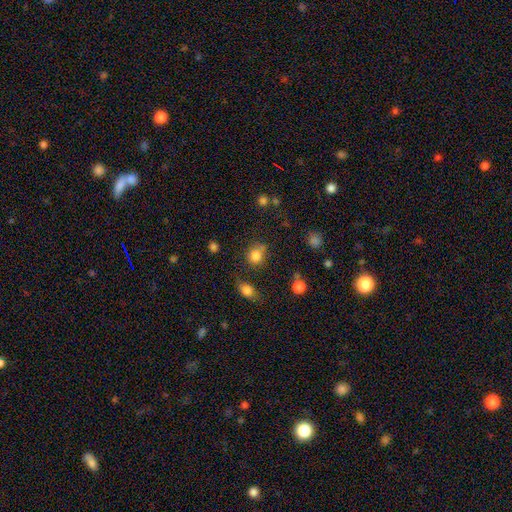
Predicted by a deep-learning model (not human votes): This appears to be a smooth galaxy with no disk features (82%) that is round (76%). Merging: none (65%).